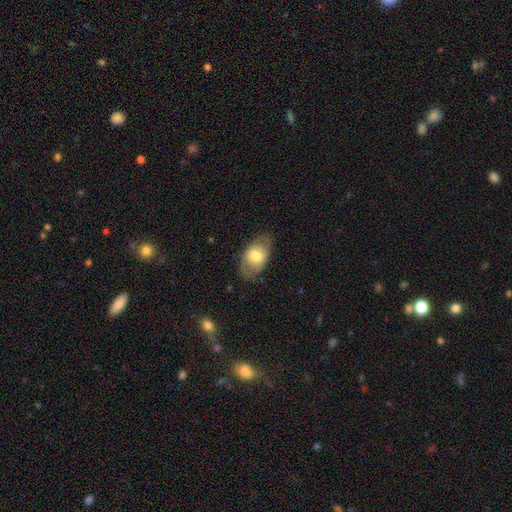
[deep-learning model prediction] Smooth or featured? smooth (56%)
How rounded? in between (88%)
Merging? none (74%)